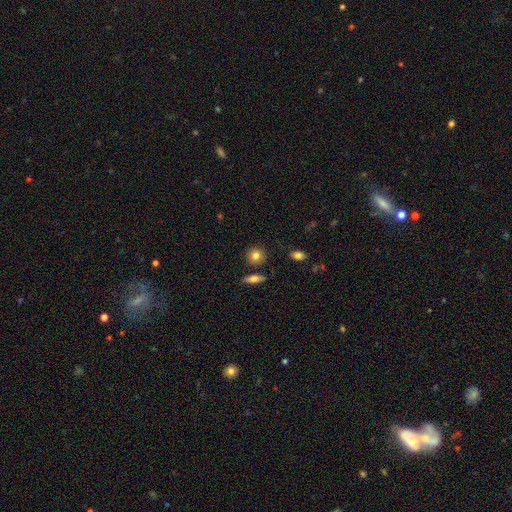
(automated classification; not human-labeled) The model was most divided on "smooth or featured": smooth: 81%, featured or disk: 11%, star or artifact: 9%. More confident: how rounded — round (86%); merging — none (85%).